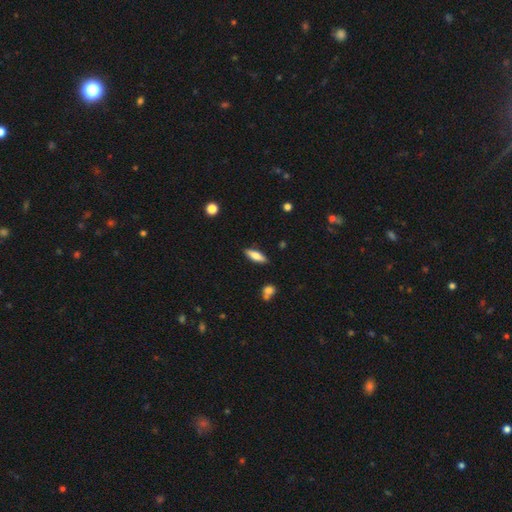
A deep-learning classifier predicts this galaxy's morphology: Overall: smooth (64%; featured or disk 29%). How rounded: in between (51%; cigar-shaped 47%). Merging: none (86%).